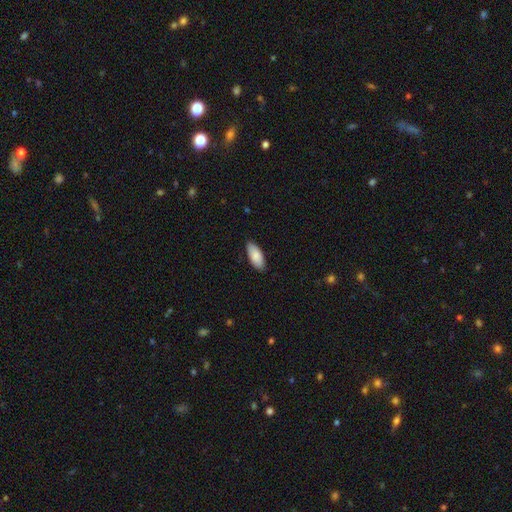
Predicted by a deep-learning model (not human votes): smooth_or_featured: smooth (p=0.87) [alt: featured or disk p=0.08]
how_rounded: in between (p=0.88) [alt: cigar-shaped p=0.11]
merging: none (p=0.85) [alt: minor disturbance p=0.12]